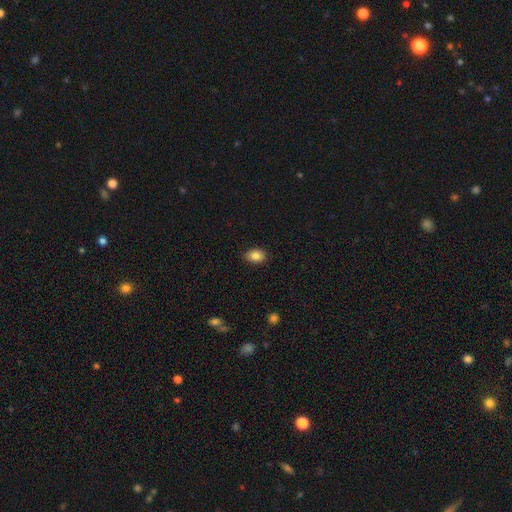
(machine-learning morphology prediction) Q: Smooth or featured?
A: smooth (86%); runner-up: star or artifact (9%)
Q: How rounded?
A: in between (79%); runner-up: round (20%)
Q: Merging?
A: none (87%); runner-up: minor disturbance (10%)